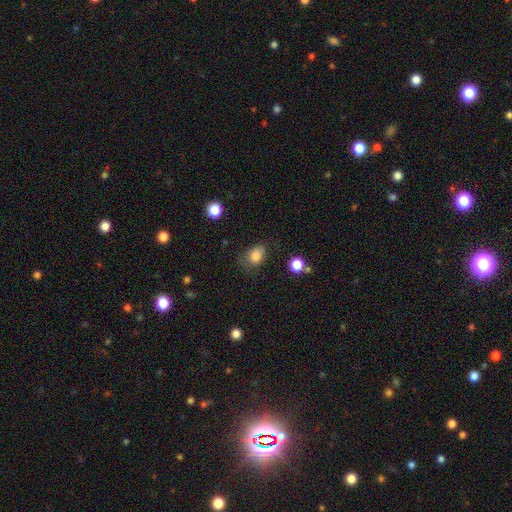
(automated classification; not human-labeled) The model was most divided on "how rounded": in between: 63%, round: 36%, cigar-shaped: 1%. More confident: smooth or featured — smooth (84%); merging — none (58%).